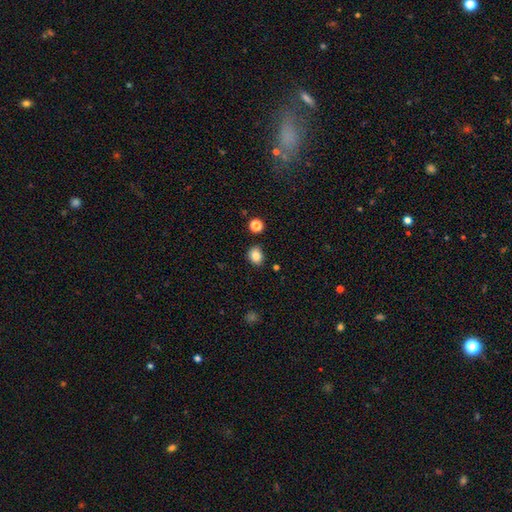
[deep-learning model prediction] This appears to be a smooth galaxy with no disk features (84%) that is round (53%). Merging: none (83%).